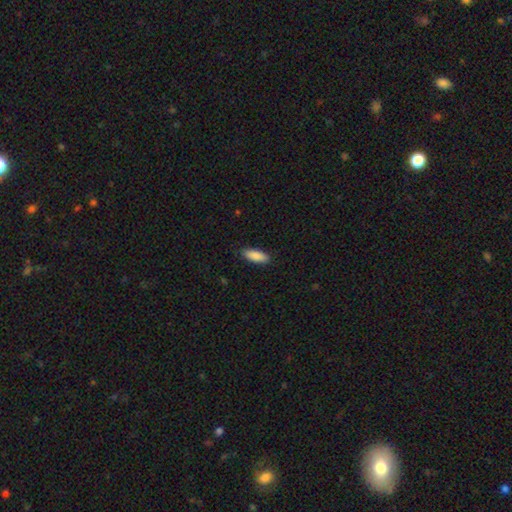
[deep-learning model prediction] Smooth or featured? Predicted: smooth (p=0.89). How rounded? Predicted: in between (p=0.70). Merging? Predicted: none (p=0.89).